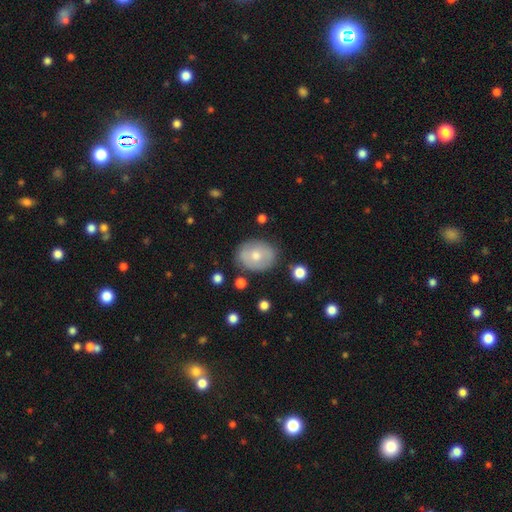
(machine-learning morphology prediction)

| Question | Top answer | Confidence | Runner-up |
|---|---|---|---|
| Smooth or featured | smooth | 60% | featured or disk (32%) |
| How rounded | in between | 55% | round (44%) |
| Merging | none | 79% | minor disturbance (14%) |